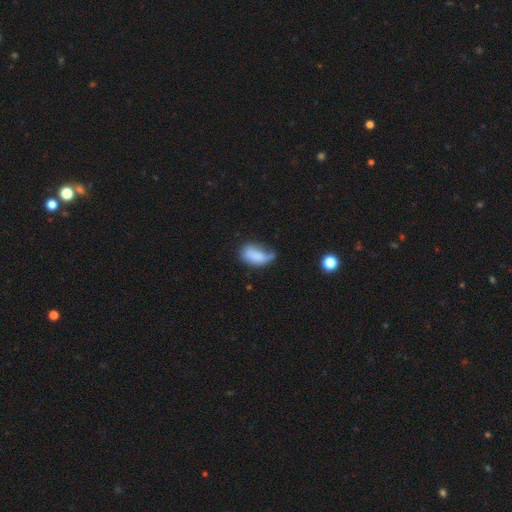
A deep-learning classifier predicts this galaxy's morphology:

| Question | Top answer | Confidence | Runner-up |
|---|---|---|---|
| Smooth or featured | smooth | 76% | featured or disk (16%) |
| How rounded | in between | 89% | round (6%) |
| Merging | minor disturbance | 37% | major disturbance (30%) |